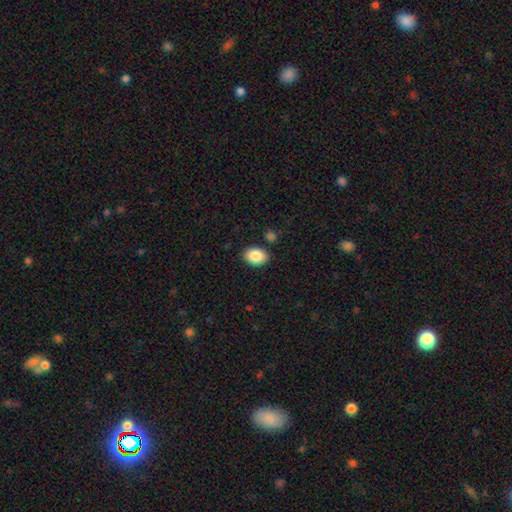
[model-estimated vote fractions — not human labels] smooth 88%, star or artifact 7%, featured or disk 5%. Down the decision tree: how rounded — in between (81%); merging — none (85%).